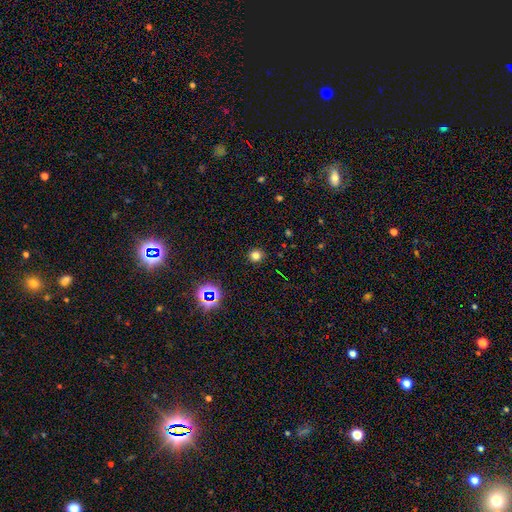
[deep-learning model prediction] Smooth or featured?
  - smooth: 74% *
  - star or artifact: 21%
  - featured or disk: 5%
How rounded?
  - round: 91% *
  - in between: 8%
  - cigar-shaped: 1%
Merging?
  - none: 91% *
  - minor disturbance: 6%
  - major disturbance: 2%
  - merger: 1%